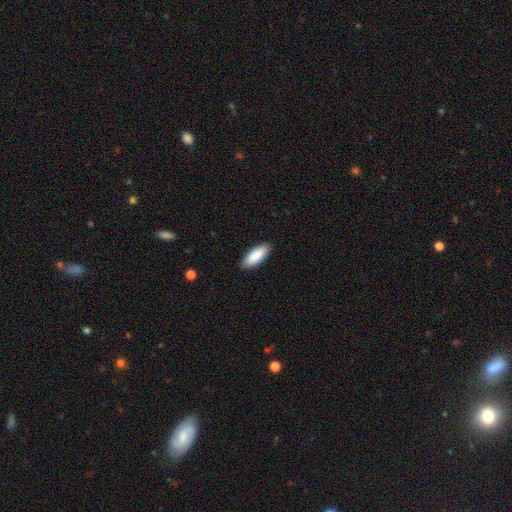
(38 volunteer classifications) smooth 87%, star or artifact 8%, featured or disk 5%. Down the decision tree: how rounded — in between (79%); merging — none (94%).